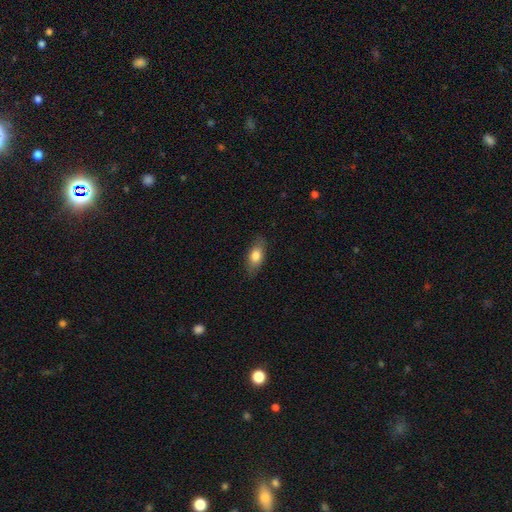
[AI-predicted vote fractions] Smooth or featured? Predicted: smooth (p=0.76). How rounded? Predicted: in between (p=0.83). Merging? Predicted: none (p=0.83).